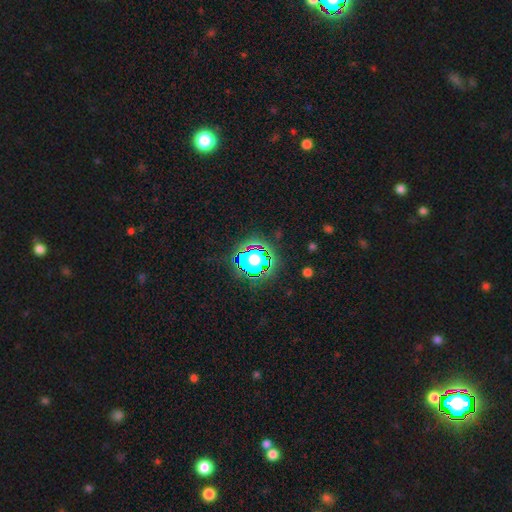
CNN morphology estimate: Q: Smooth or featured?
A: star or artifact (82%); runner-up: smooth (11%)